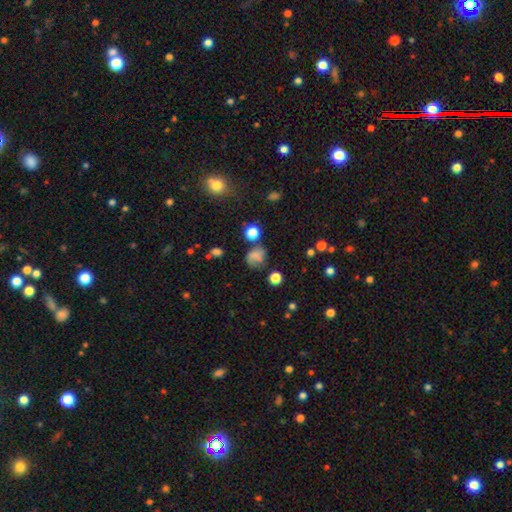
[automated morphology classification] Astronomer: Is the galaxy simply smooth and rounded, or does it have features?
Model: smooth — 64%.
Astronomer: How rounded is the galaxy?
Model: round — 64%.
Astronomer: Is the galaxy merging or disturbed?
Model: none — 54%.